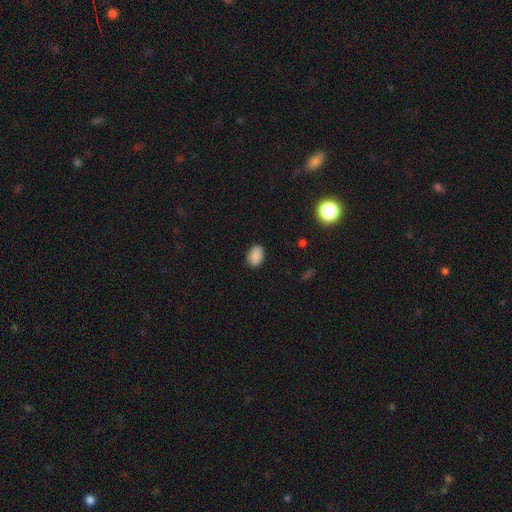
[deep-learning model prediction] Smooth or featured? smooth (88%)
How rounded? in between (74%)
Merging? none (86%)